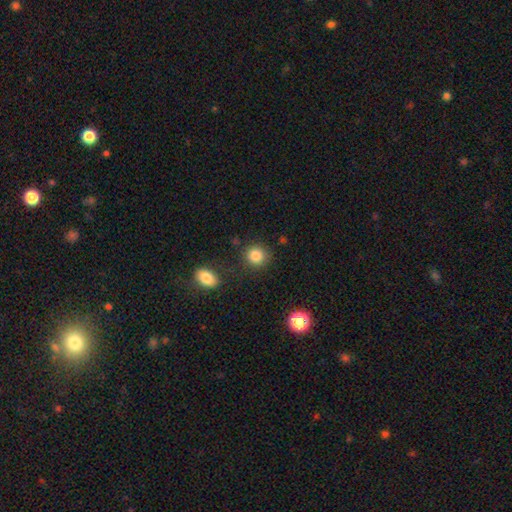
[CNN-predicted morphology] smooth-or-featured: smooth: 85% | star or artifact: 10% | featured or disk: 5%
  how-rounded: round: 86% | in between: 13% | cigar-shaped: 1%
  merging: none: 84% | minor disturbance: 9% | merger: 4% | major disturbance: 3%